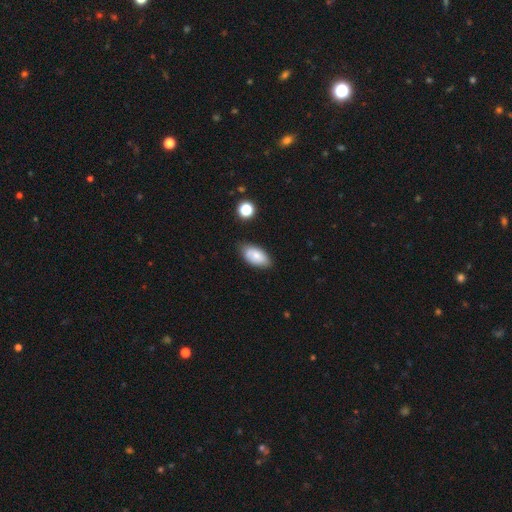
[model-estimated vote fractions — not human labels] The model was most divided on "smooth or featured": smooth: 72%, featured or disk: 20%, star or artifact: 8%. More confident: how rounded — in between (93%); merging — none (74%).